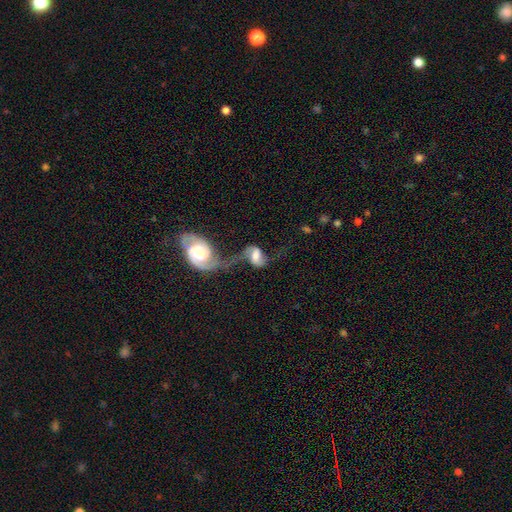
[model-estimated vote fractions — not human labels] smooth-or-featured: featured or disk: 63% | smooth: 29% | star or artifact: 8%
  disk-edge-on: no: 95% | yes: 5%
    bar: weak: 43% | no: 31% | strong: 26%
    has-spiral-arms: yes: 87% | no: 13%
      spiral-winding: loose: 57% | medium: 30% | tight: 13%
      spiral-arm-count: 2: 82% | 1: 9% | can't tell: 7% | 3: 1% | 4: 1% | more than 4: 1%
    bulge-size: moderate: 37% | large: 29% | small: 17% | none: 12% | dominant: 6%
  merging: merger: 69% | none: 12% | major disturbance: 12% | minor disturbance: 7%